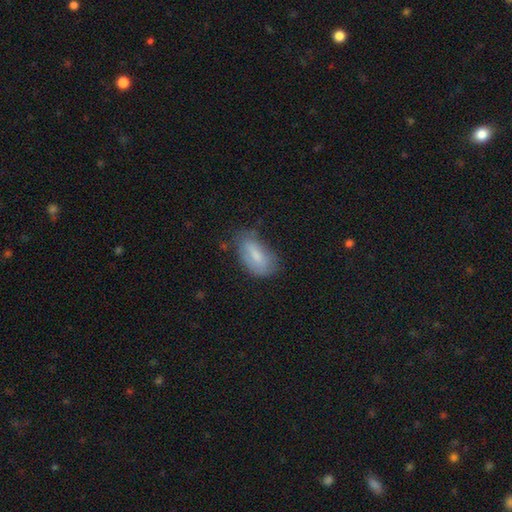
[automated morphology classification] This appears to be a smooth galaxy with no disk features (71%) that is in between round and cigar-shaped (90%). Merging: none (56%).